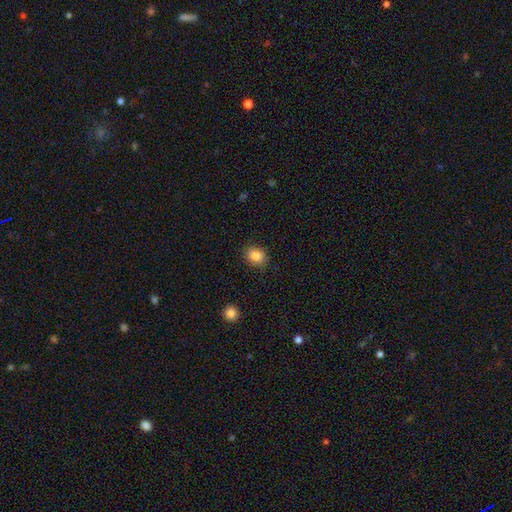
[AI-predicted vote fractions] This appears to be a smooth galaxy with no disk features (87%) that is round (54%). Merging: none (88%).